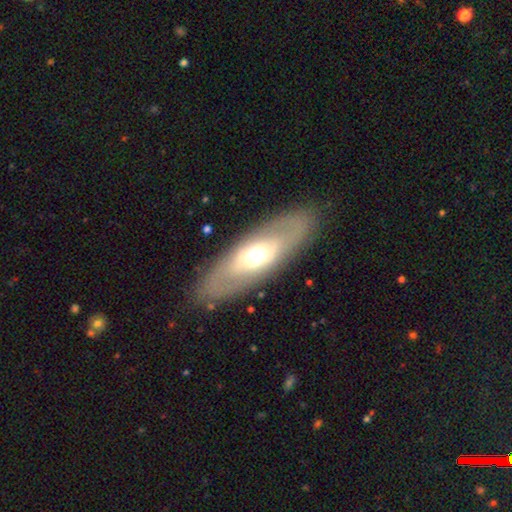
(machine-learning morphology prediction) Smooth or featured? Predicted: featured or disk (p=0.53). Edge-on disk? Predicted: no (p=0.70). Merging? Predicted: none (p=0.85).